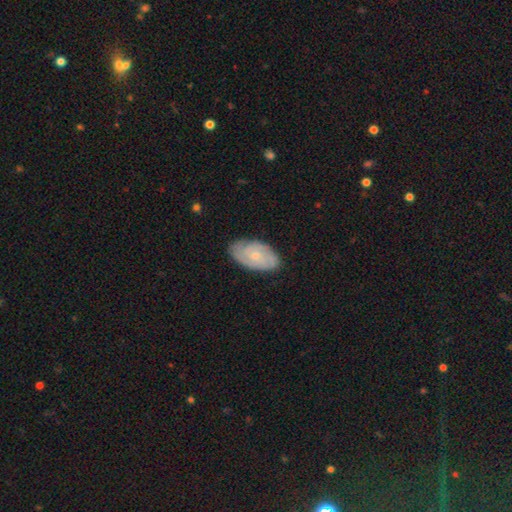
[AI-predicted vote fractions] smooth_or_featured: featured or disk (p=0.64) [alt: smooth p=0.30]
disk_edge_on: no (p=0.95) [alt: yes p=0.05]
bar: no (p=0.80) [alt: weak p=0.17]
has_spiral_arms: yes (p=0.86) [alt: no p=0.14]
spiral_winding: tight (p=0.67) [alt: medium p=0.26]
spiral_arm_count: can't tell (p=0.40) [alt: 2 p=0.32]
bulge_size: small (p=0.70) [alt: moderate p=0.26]
merging: none (p=0.78) [alt: minor disturbance p=0.18]